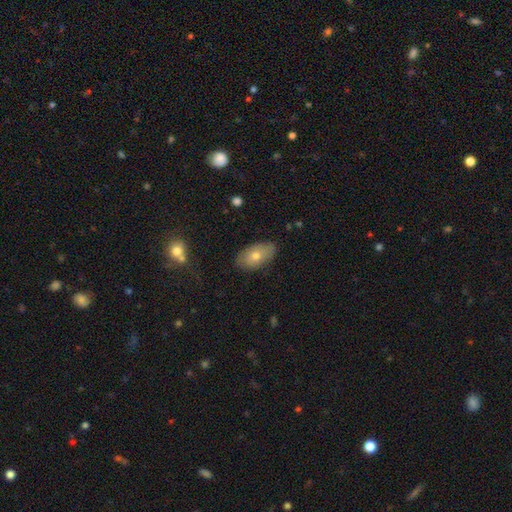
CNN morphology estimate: smooth_or_featured: smooth (p=0.65) [alt: featured or disk p=0.27]
how_rounded: in between (p=0.93) [alt: round p=0.05]
merging: none (p=0.81) [alt: minor disturbance p=0.15]